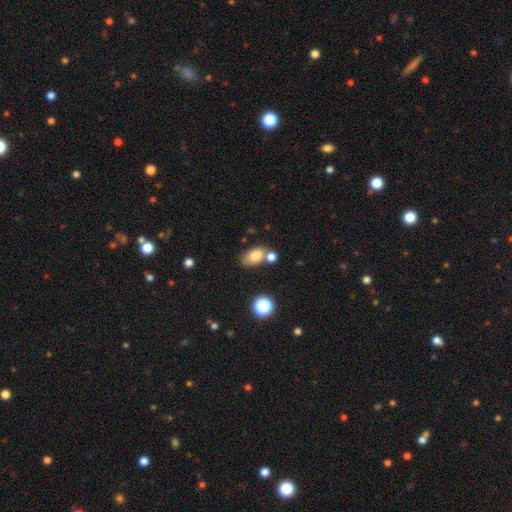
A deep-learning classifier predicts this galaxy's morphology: Smooth or featured? smooth (80%)
How rounded? in between (87%)
Merging? none (50%)